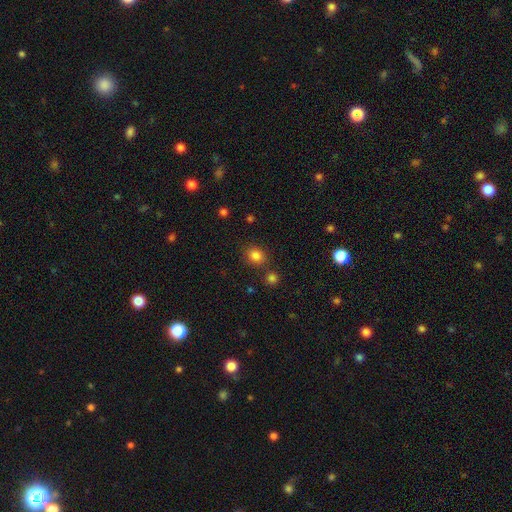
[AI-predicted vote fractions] Smooth or featured? Predicted: smooth (p=0.83). How rounded? Predicted: round (p=0.64). Merging? Predicted: none (p=0.80).